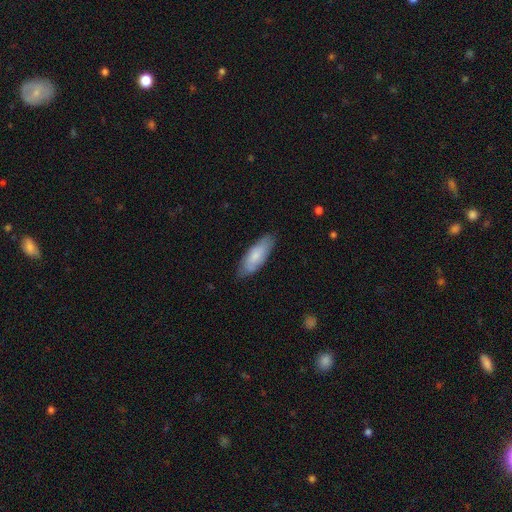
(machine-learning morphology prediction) smooth 74%, featured or disk 21%, star or artifact 5%. Down the decision tree: how rounded — in between (66%); merging — none (80%).